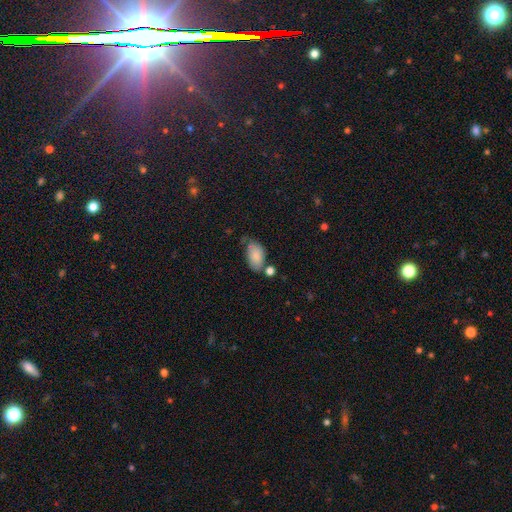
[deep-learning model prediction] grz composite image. It shows a smooth galaxy with no disk features (81%) that is in between round and cigar-shaped (92%). Merging: none (47%).